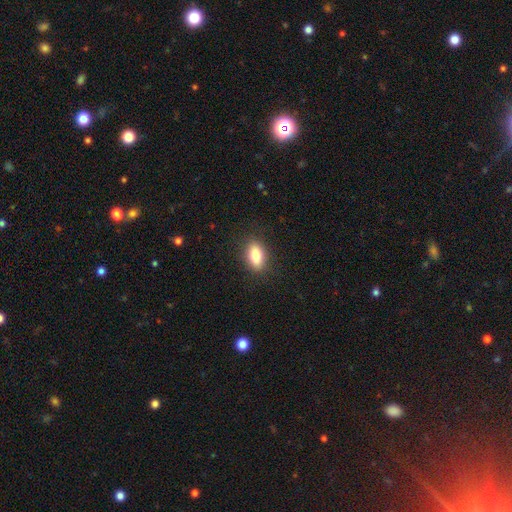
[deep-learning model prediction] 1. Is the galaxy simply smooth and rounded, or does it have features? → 81% smooth, 11% featured or disk, 8% star or artifact.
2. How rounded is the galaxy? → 83% in between, 10% cigar-shaped, 7% round.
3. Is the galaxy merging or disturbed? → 86% none, 10% minor disturbance, 3% major disturbance, 1% merger.